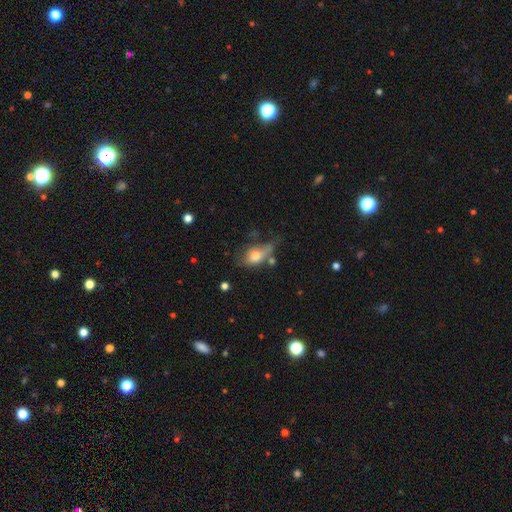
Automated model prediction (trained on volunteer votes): This is likely a smooth galaxy (64%). How rounded: likely in between (77%). Merging: marginally none (33%).